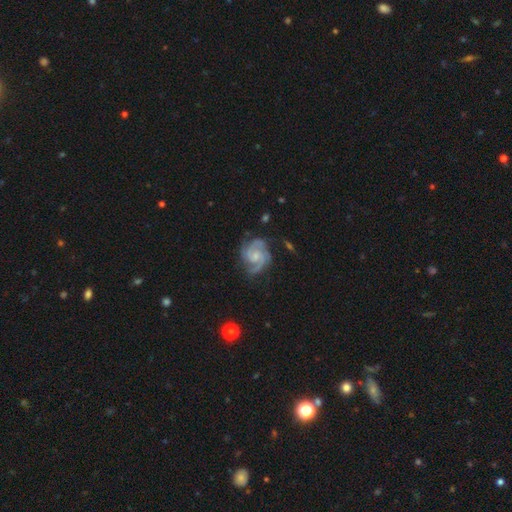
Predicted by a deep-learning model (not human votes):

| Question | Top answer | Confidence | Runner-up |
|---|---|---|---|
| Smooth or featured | featured or disk | 90% | smooth (6%) |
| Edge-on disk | no | 98% | yes (2%) |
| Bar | no | 60% | weak (34%) |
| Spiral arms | yes | 98% | no (2%) |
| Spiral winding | tight | 48% | medium (44%) |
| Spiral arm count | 3 | 41% | 2 (40%) |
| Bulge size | small | 51% | moderate (33%) |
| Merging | none | 70% | minor disturbance (20%) |